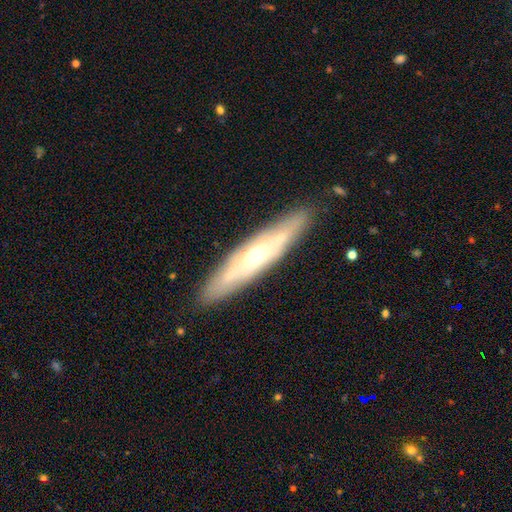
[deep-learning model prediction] This appears to be a featured or disk galaxy (66%) viewed edge-on (60%). Merging: none (84%).